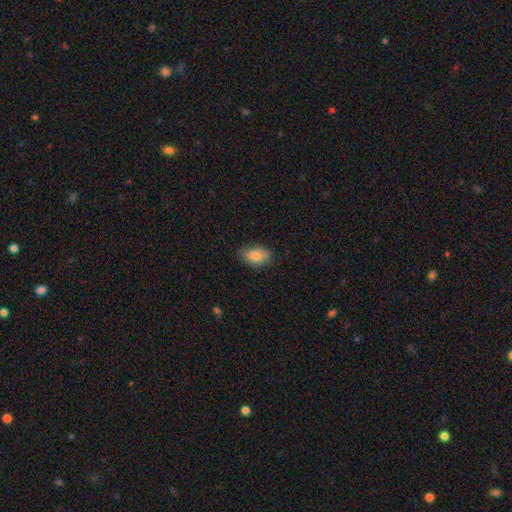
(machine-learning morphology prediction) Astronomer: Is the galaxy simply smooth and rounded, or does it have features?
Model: smooth — 84%.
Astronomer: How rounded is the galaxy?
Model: in between — 91%.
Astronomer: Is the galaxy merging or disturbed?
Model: none — 82%.